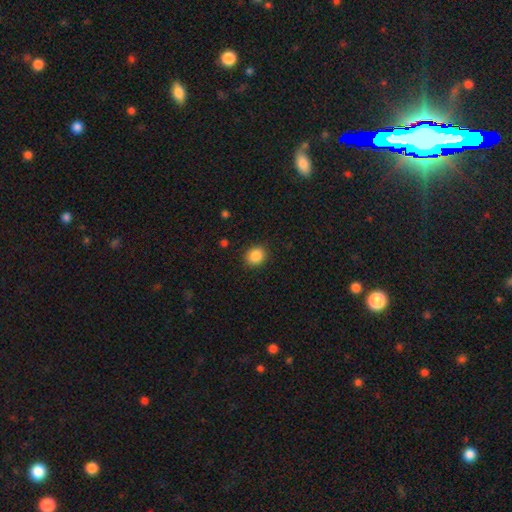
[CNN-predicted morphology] Smooth or featured? smooth (87%)
How rounded? round (65%)
Merging? none (89%)